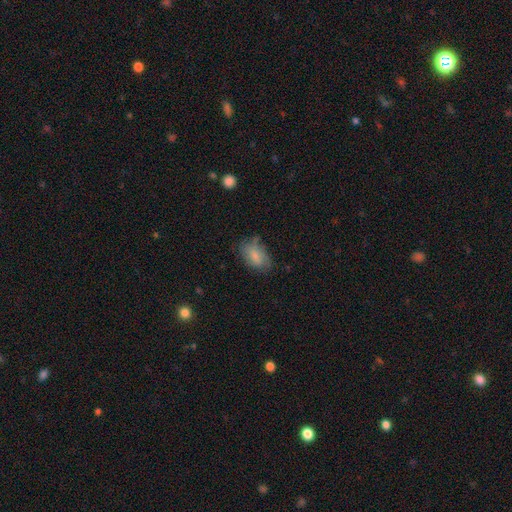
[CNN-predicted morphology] The model was most divided on "merging": none: 59%, minor disturbance: 29%, major disturbance: 9%, merger: 3%. More confident: how rounded — in between (91%); smooth or featured — smooth (77%).